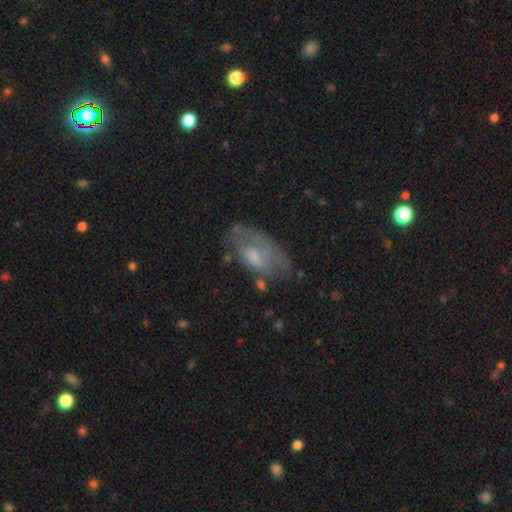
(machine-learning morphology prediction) type=smooth (46%); merging=none (43%).